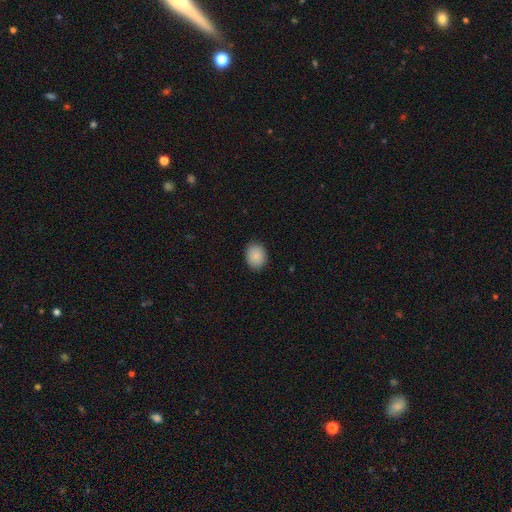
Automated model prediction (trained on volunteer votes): Smooth or featured: smooth — 88% (star or artifact — 7%)
How rounded: round — 55% (in between — 44%)
Merging: none — 88% (minor disturbance — 9%)